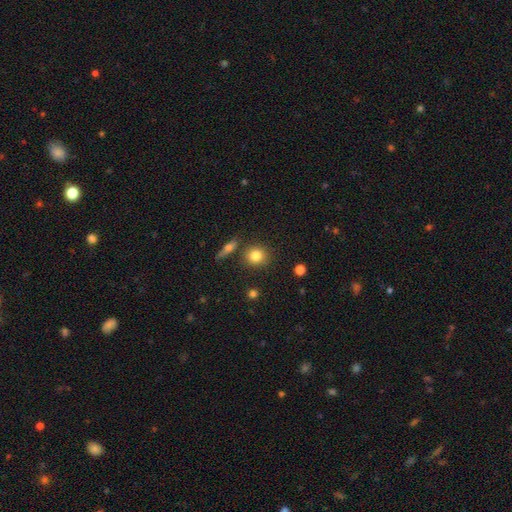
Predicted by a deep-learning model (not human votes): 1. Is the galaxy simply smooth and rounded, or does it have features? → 81% smooth, 10% star or artifact, 9% featured or disk.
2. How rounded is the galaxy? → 84% round, 14% in between, 2% cigar-shaped.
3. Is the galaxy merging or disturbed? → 82% none, 9% minor disturbance, 6% merger, 3% major disturbance.